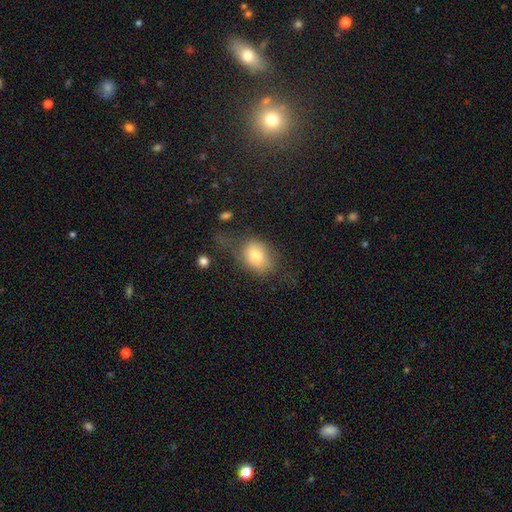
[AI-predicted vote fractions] smooth_or_featured: smooth (p=0.79) [alt: featured or disk p=0.12]
how_rounded: in between (p=0.69) [alt: round p=0.30]
merging: none (p=0.45) [alt: minor disturbance p=0.27]